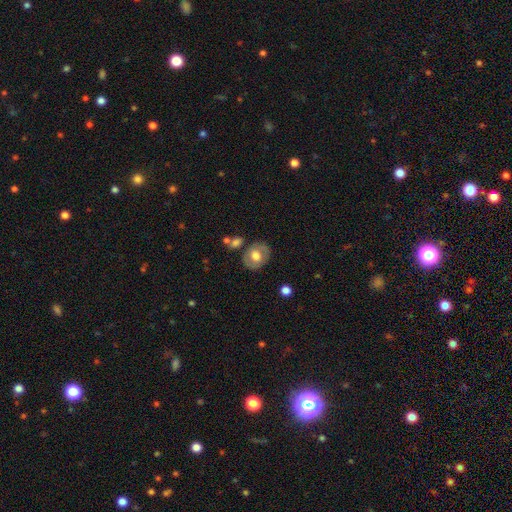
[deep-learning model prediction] Smooth or featured? smooth (56%)
How rounded? in between (51%)
Merging? none (75%)